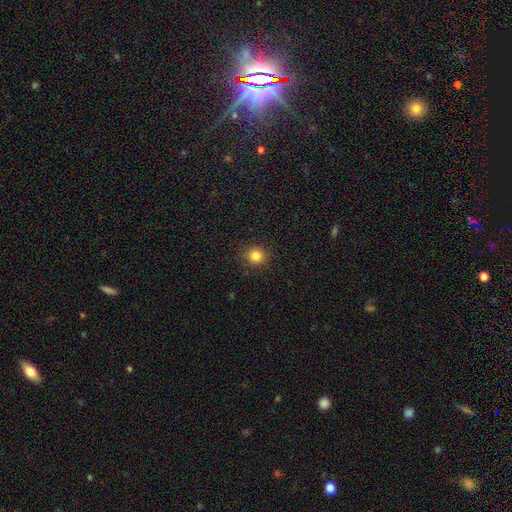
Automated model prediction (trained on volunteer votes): This is clearly a smooth galaxy (84%). How rounded: clearly round (89%). Merging: clearly none (88%).